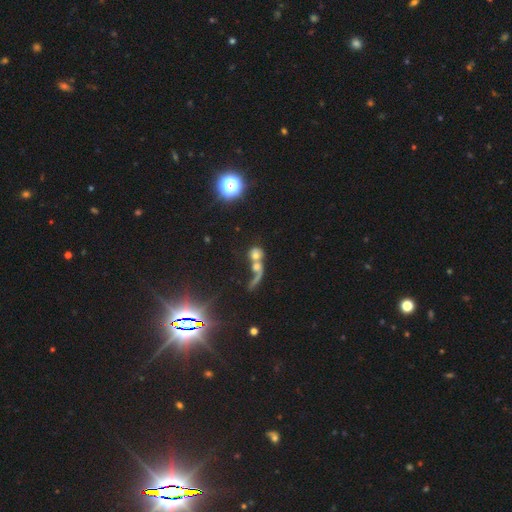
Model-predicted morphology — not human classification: Smooth or featured? Predicted: smooth (p=0.49). Merging? Predicted: merger (p=0.68).